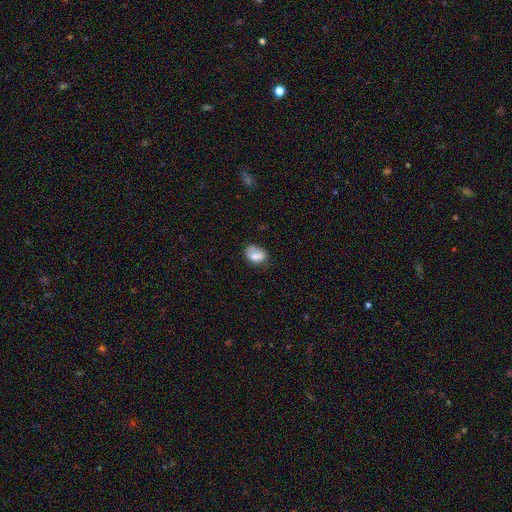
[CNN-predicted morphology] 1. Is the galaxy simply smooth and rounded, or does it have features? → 74% smooth, 16% featured or disk, 9% star or artifact.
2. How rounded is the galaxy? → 68% in between, 31% round, 1% cigar-shaped.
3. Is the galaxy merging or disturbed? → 46% none, 31% minor disturbance, 13% major disturbance, 10% merger.